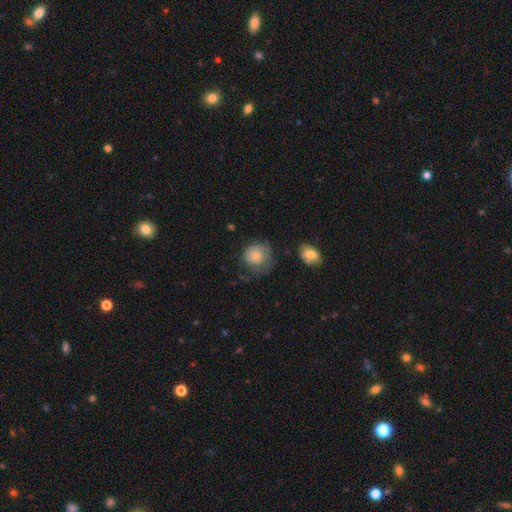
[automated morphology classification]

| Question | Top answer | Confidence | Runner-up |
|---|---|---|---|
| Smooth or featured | smooth | 77% | featured or disk (15%) |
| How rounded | round | 82% | in between (17%) |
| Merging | none | 47% | minor disturbance (31%) |